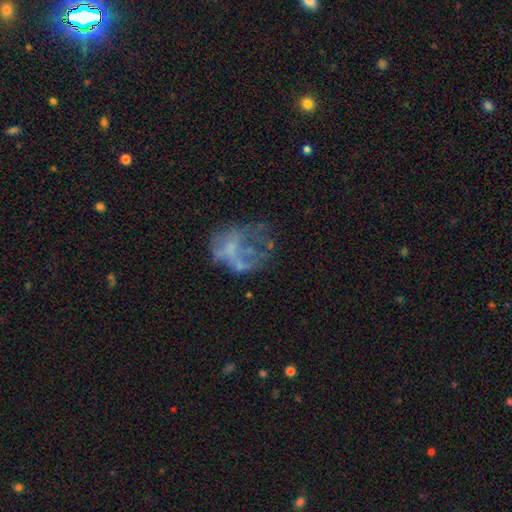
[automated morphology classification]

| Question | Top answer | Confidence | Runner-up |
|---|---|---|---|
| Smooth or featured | featured or disk | 46% | star or artifact (28%) |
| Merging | none | 41% | major disturbance (34%) |